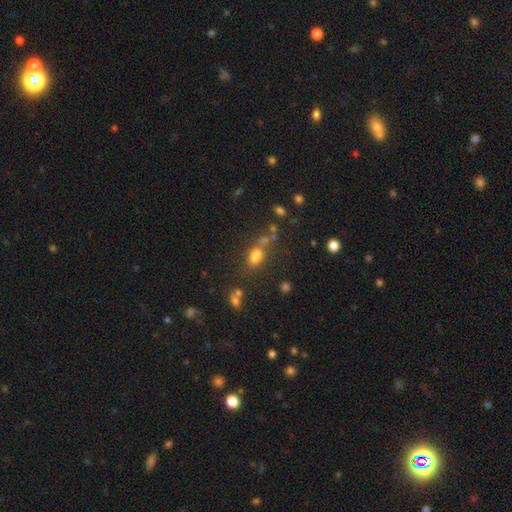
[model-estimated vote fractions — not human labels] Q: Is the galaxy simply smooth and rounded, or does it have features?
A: smooth — 67%.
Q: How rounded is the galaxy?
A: in between — 66%.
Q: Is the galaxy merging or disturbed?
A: none — 47%.